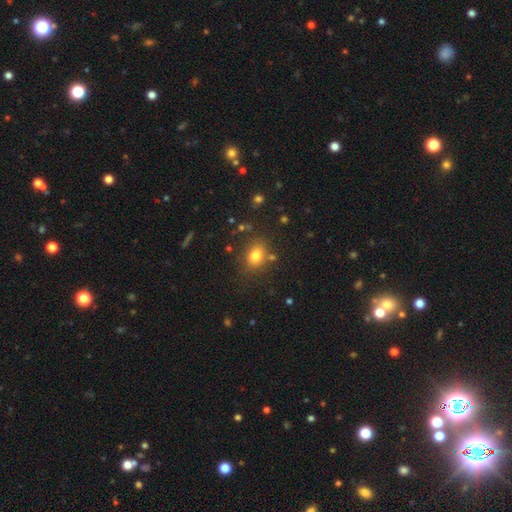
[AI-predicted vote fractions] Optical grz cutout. It shows a smooth galaxy with no disk features (79%) that is in between round and cigar-shaped (58%). Merging: none (77%).